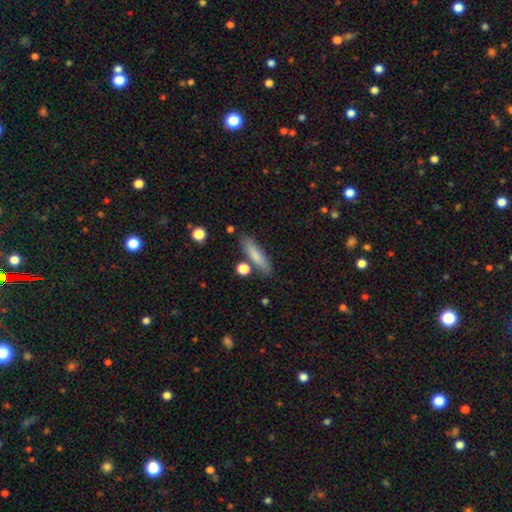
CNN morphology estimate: This is likely a smooth galaxy (78%). How rounded: likely cigar-shaped (75%). Merging: likely none (78%).